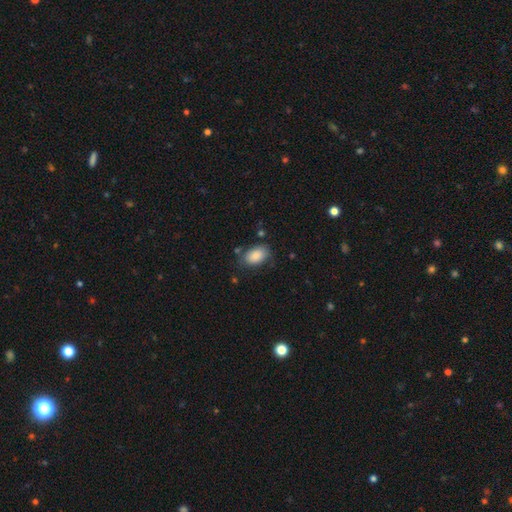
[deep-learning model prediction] The model was most divided on "merging": none: 74%, minor disturbance: 18%, major disturbance: 5%, merger: 3%. More confident: how rounded — in between (90%); smooth or featured — smooth (86%).